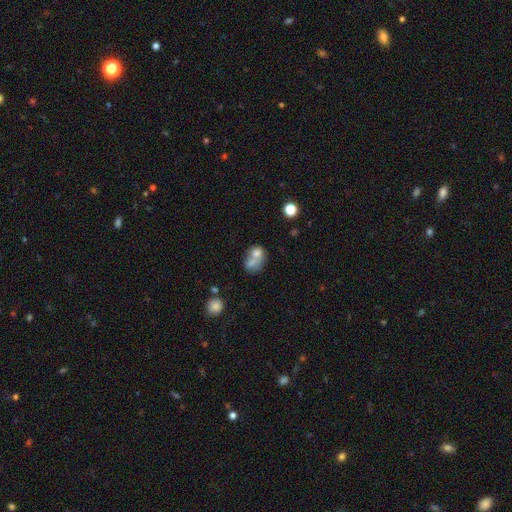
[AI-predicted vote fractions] Smooth or featured: smooth — 68% (featured or disk — 21%)
How rounded: in between — 53% (round — 46%)
Merging: merger — 61% (none — 22%)